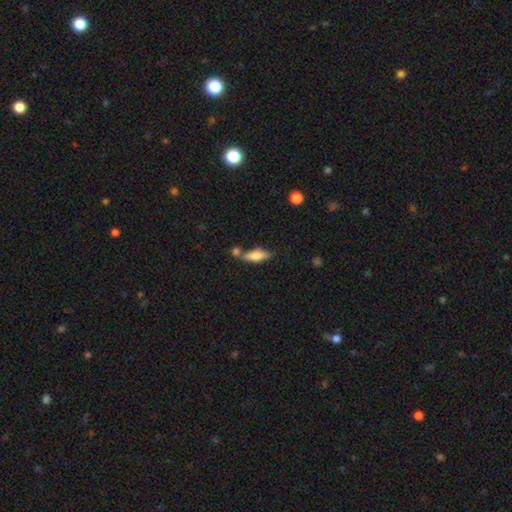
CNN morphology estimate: Q: Smooth or featured?
A: smooth (65%); runner-up: featured or disk (27%)
Q: How rounded?
A: in between (54%); runner-up: cigar-shaped (43%)
Q: Merging?
A: none (58%); runner-up: merger (21%)